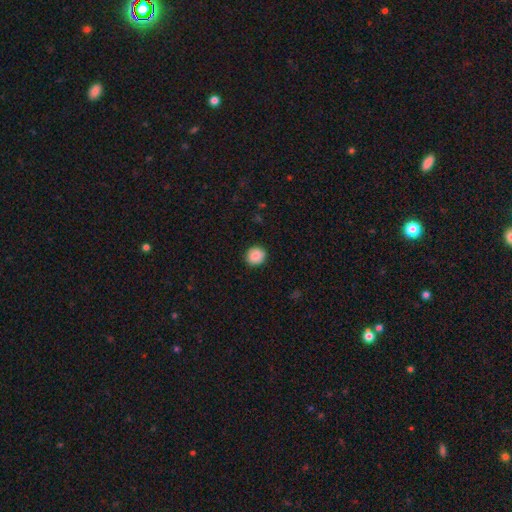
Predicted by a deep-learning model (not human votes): This is clearly a smooth galaxy (89%). How rounded: clearly round (90%). Merging: clearly none (91%).